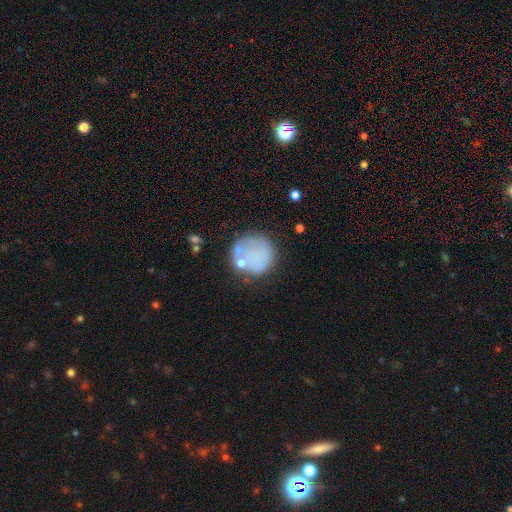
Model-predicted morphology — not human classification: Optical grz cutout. It shows a smooth galaxy with no disk features (63%) that is round (93%). Merging: none (65%).